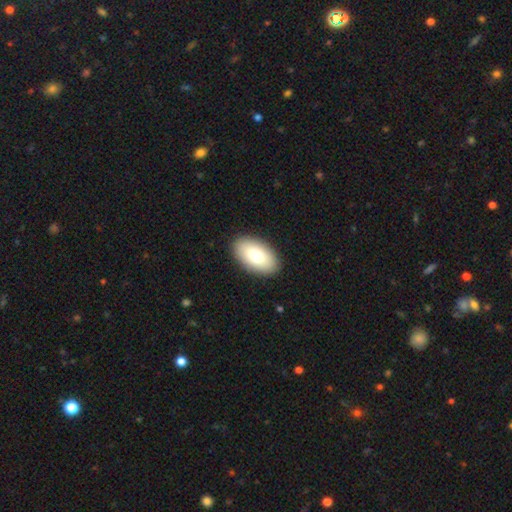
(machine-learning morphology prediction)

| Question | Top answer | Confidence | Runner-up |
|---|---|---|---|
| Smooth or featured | smooth | 78% | featured or disk (15%) |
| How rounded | in between | 94% | round (4%) |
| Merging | none | 90% | minor disturbance (7%) |